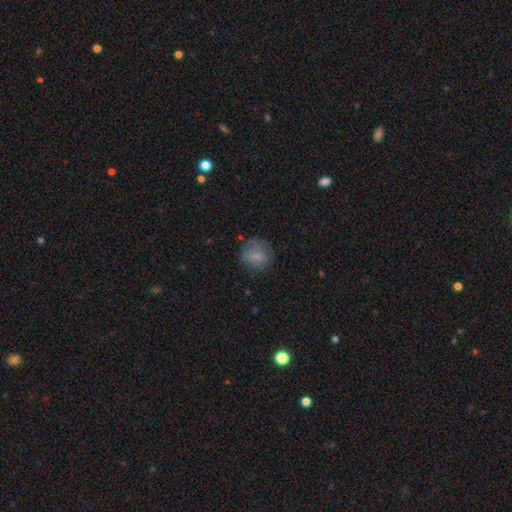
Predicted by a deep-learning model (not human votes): smooth-or-featured: smooth: 76% | featured or disk: 15% | star or artifact: 9%
  how-rounded: round: 78% | in between: 21% | cigar-shaped: 1%
  merging: none: 67% | minor disturbance: 21% | major disturbance: 10% | merger: 2%